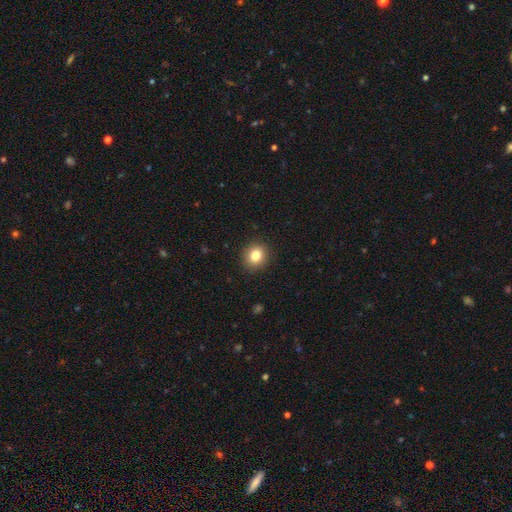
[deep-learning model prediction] smooth-or-featured: smooth: 82% | star or artifact: 11% | featured or disk: 7%
  how-rounded: round: 78% | in between: 21% | cigar-shaped: 1%
  merging: none: 91% | minor disturbance: 6% | major disturbance: 2% | merger: 1%